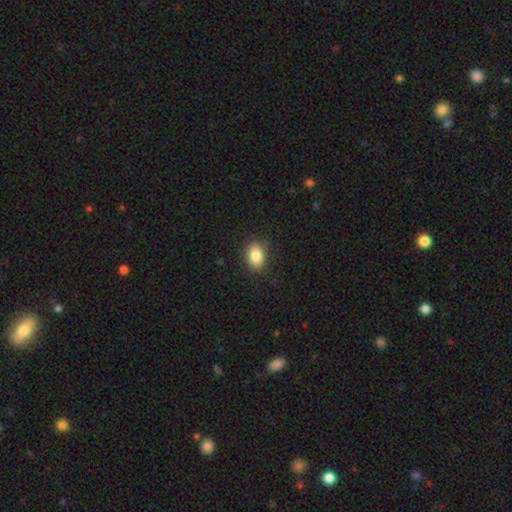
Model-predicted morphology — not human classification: A smooth galaxy with no disk features (84%) that is in between round and cigar-shaped (79%). Merging: none (86%).